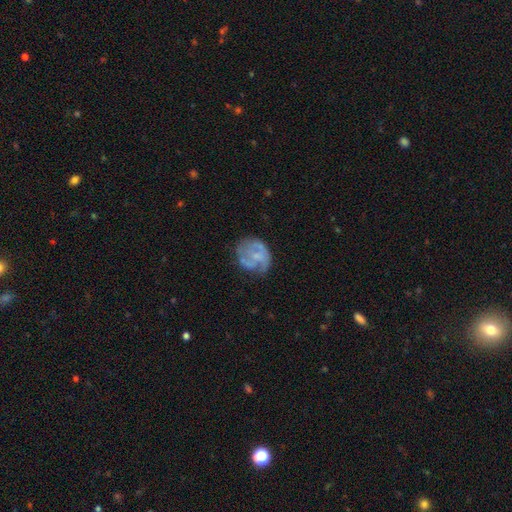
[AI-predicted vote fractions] This appears to be a featured or disk galaxy (63%) with no bar (73%), spiral arms (66%) and a small central bulge (44%). Merging: none (56%).